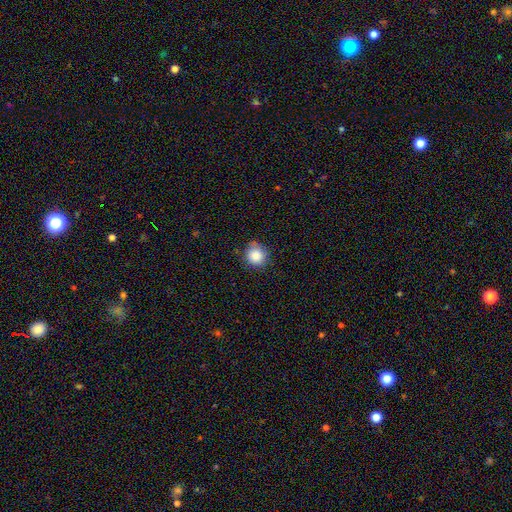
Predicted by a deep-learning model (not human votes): smooth 85%, star or artifact 10%, featured or disk 5%. Down the decision tree: how rounded — round (89%); merging — none (77%).